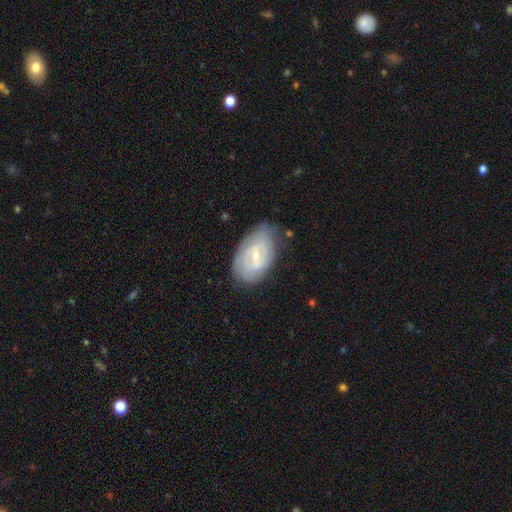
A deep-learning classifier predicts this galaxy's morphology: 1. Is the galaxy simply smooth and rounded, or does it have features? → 68% featured or disk, 25% smooth, 7% star or artifact.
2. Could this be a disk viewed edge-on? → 94% no, 6% yes.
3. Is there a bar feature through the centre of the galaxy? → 53% weak, 24% strong, 23% no.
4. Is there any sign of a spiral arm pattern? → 72% yes, 28% no.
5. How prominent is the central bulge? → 63% small, 33% moderate, 2% none, 1% large, 1% dominant.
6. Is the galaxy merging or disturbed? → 67% none, 24% minor disturbance, 7% major disturbance, 2% merger.